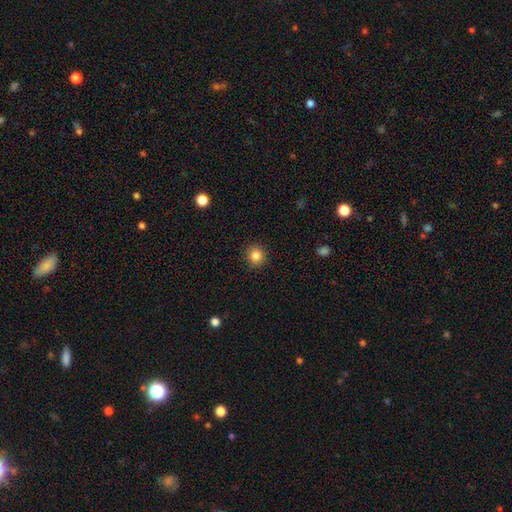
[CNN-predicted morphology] This appears to be a smooth galaxy with no disk features (84%) that is round (91%). Merging: none (90%).